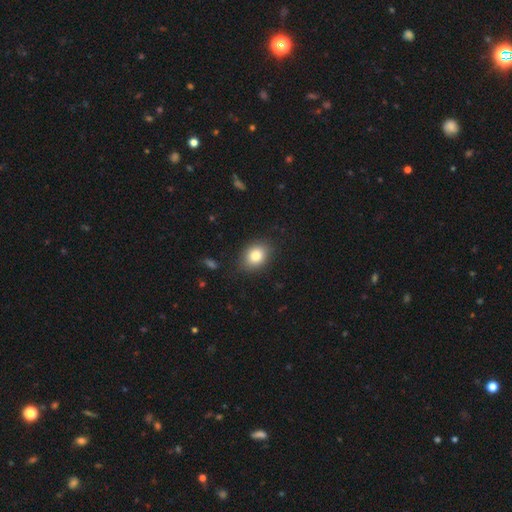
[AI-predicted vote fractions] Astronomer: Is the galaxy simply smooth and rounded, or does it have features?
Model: smooth — 82%.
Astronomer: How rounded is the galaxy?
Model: in between — 61% (runner-up: round, 38%).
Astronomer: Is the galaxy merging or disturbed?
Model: none — 85%.